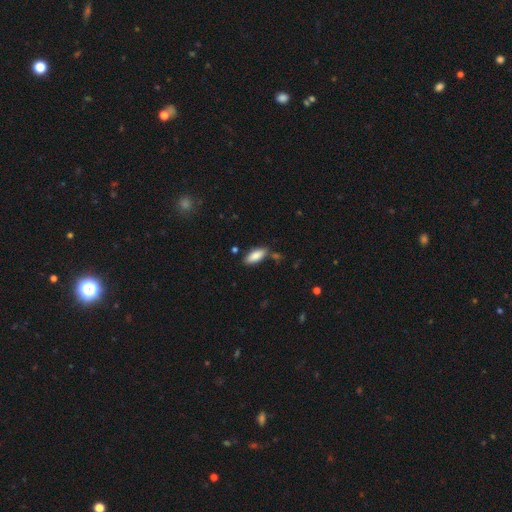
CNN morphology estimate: Q: Smooth or featured?
A: smooth (86%); runner-up: featured or disk (8%)
Q: How rounded?
A: in between (78%); runner-up: cigar-shaped (20%)
Q: Merging?
A: none (77%); runner-up: minor disturbance (15%)